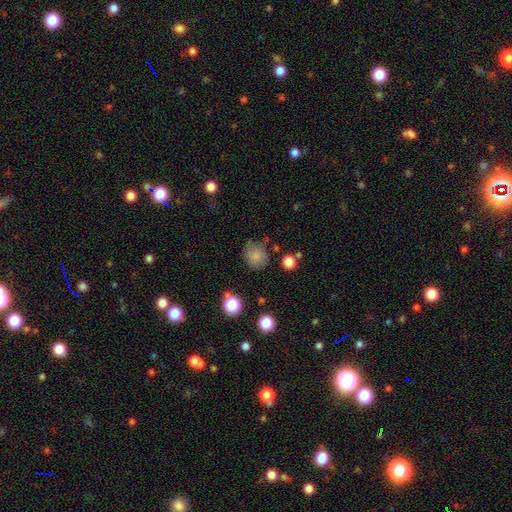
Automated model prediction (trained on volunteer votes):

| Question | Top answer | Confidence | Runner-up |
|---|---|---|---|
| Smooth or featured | smooth | 81% | star or artifact (12%) |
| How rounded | round | 76% | in between (23%) |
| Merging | none | 67% | minor disturbance (22%) |